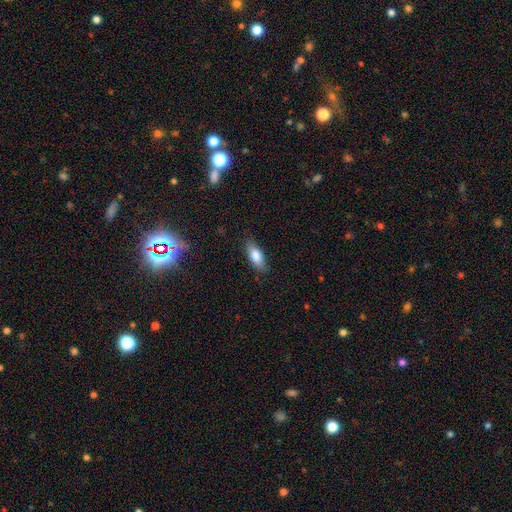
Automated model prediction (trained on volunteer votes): This appears to be a smooth galaxy with no disk features (80%) that is in between round and cigar-shaped (76%). Merging: none (83%).